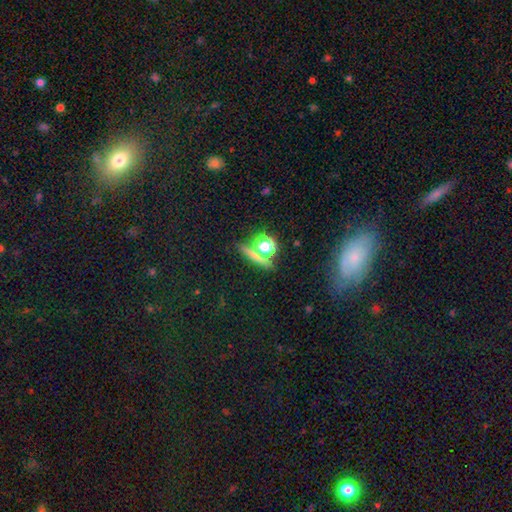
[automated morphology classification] smooth_or_featured: smooth (p=0.44) [alt: star or artifact p=0.40]
merging: none (p=0.75) [alt: minor disturbance p=0.10]